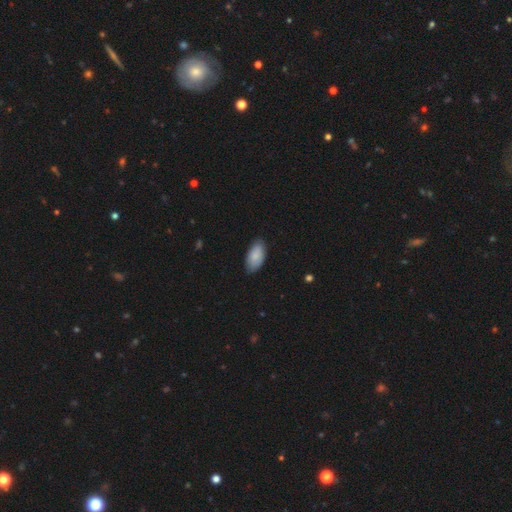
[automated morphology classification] Q: Smooth or featured?
A: smooth (86%); runner-up: featured or disk (8%)
Q: How rounded?
A: in between (95%); runner-up: cigar-shaped (3%)
Q: Merging?
A: none (82%); runner-up: minor disturbance (15%)